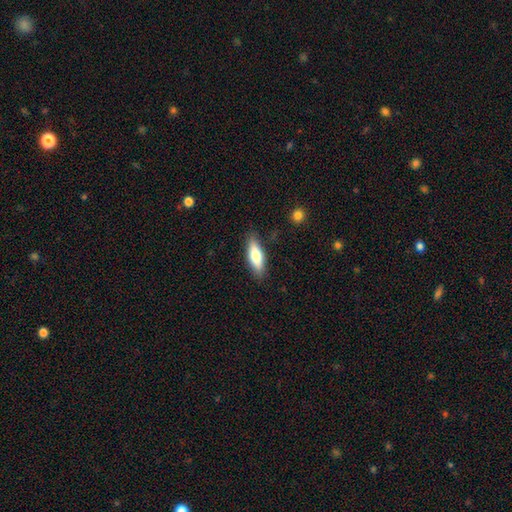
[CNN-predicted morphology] The model was most divided on "how rounded": in between: 54%, cigar-shaped: 44%, round: 2%. More confident: merging — none (85%); smooth or featured — smooth (68%).